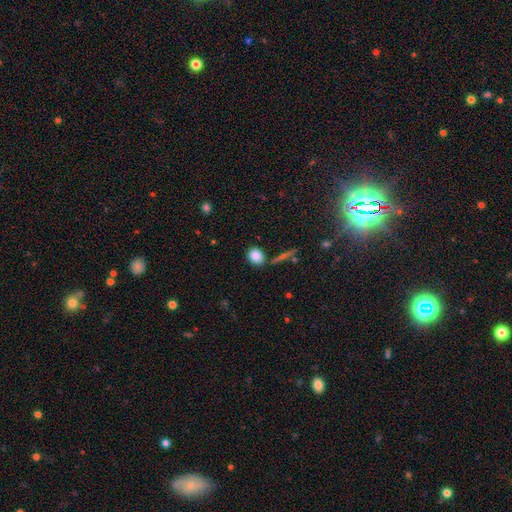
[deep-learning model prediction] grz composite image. It shows a smooth galaxy with no disk features (84%) that is round (55%). Merging: none (76%).